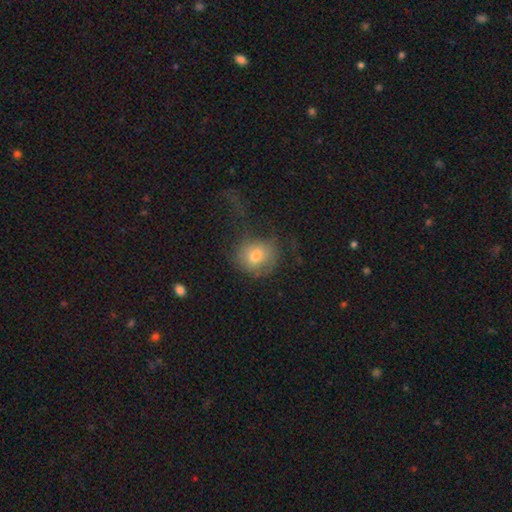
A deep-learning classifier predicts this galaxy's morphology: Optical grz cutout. It shows a smooth galaxy with no disk features (70%) that is round (75%). Merging: none (44%).